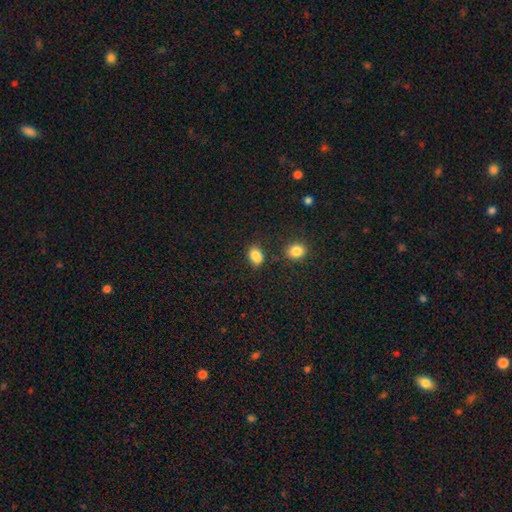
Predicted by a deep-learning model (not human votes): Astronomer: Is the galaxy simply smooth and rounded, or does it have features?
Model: smooth — 85%.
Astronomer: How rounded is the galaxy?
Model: in between — 73%.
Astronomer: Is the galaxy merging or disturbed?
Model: none — 70%.